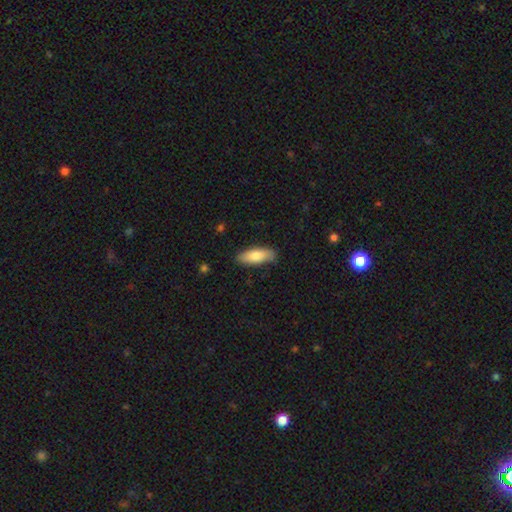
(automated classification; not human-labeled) The model was most divided on "how rounded": in between: 67%, cigar-shaped: 31%, round: 2%. More confident: merging — none (85%); smooth or featured — smooth (79%).